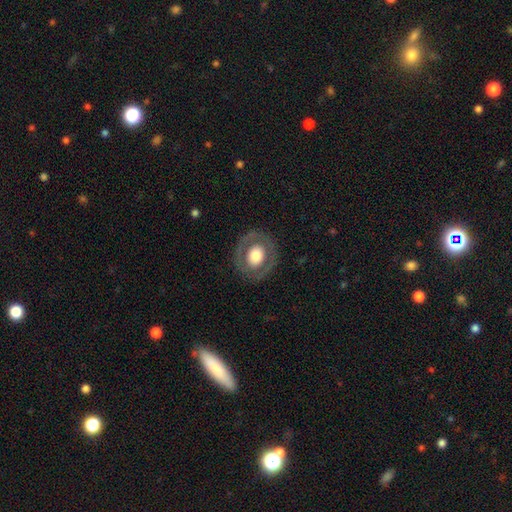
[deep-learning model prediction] The model was most divided on "smooth or featured": smooth: 53%, featured or disk: 41%, star or artifact: 6%. More confident: merging — none (83%); how rounded — round (68%).